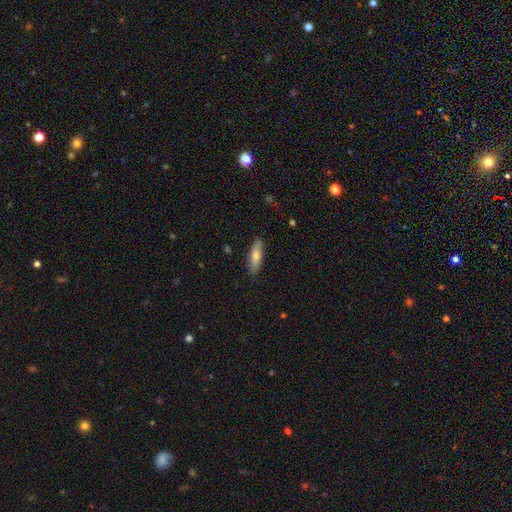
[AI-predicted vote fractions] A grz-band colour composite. It shows a smooth galaxy with no disk features (70%) that is cigar-shaped (51%). Merging: none (86%).